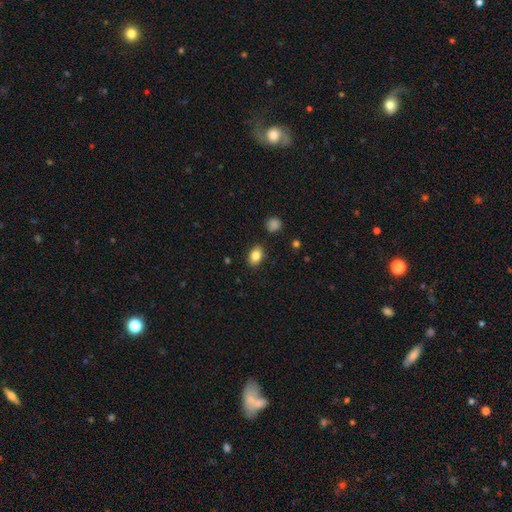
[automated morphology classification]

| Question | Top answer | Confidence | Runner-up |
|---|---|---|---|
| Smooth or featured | smooth | 83% | star or artifact (9%) |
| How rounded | in between | 79% | round (19%) |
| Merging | none | 86% | minor disturbance (10%) |